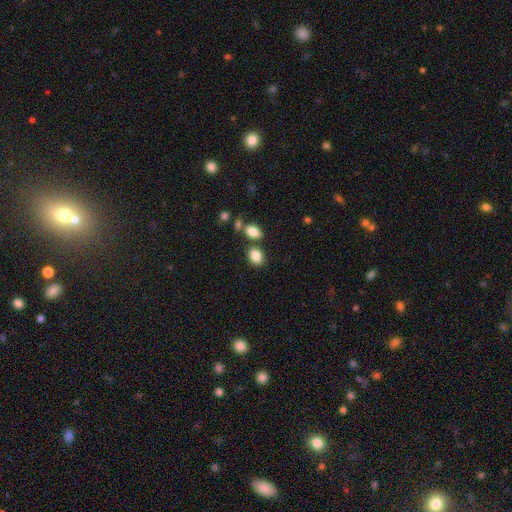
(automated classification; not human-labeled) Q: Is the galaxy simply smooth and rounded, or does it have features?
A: smooth — 85%.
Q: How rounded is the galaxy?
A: in between — 72%.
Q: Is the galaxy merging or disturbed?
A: none — 69%.